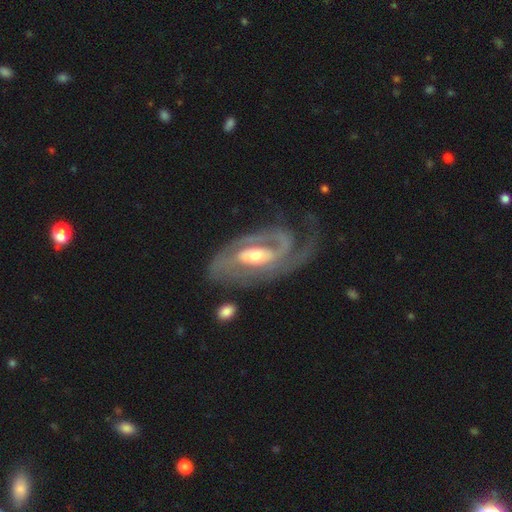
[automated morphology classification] Smooth or featured? featured or disk (89%)
Edge-on disk? no (95%)
Bar? weak (36%)
Spiral arms? yes (94%)
Spiral winding? tight (47%)
Spiral arm count? 2 (59%)
Bulge size? moderate (65%)
Merging? none (54%)